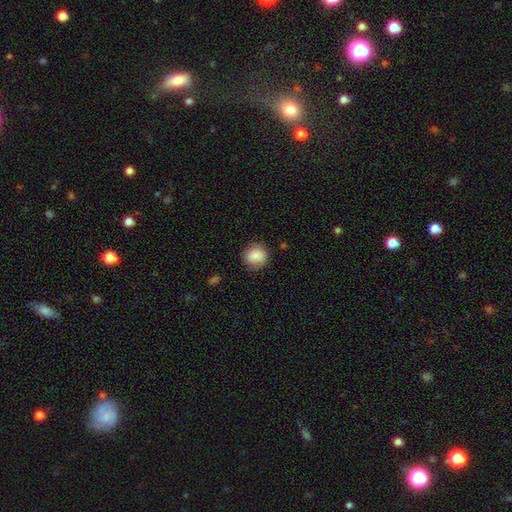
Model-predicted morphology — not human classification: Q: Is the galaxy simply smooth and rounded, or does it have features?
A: smooth — 86%.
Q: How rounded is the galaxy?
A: round — 80%.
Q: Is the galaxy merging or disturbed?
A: none — 81%.